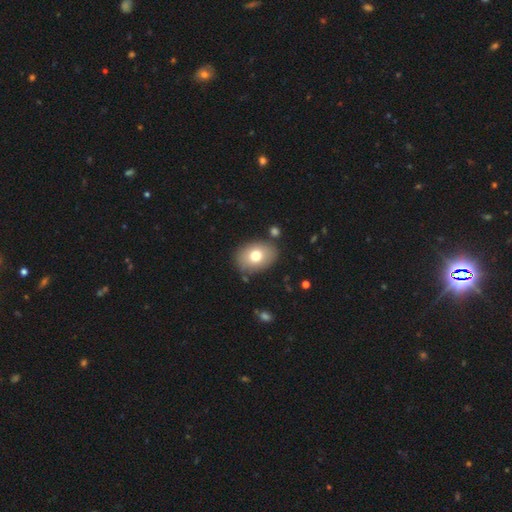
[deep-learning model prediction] smooth-or-featured: smooth: 74% | featured or disk: 18% | star or artifact: 9%
  how-rounded: in between: 74% | round: 25% | cigar-shaped: 1%
  merging: none: 81% | minor disturbance: 12% | merger: 4% | major disturbance: 3%